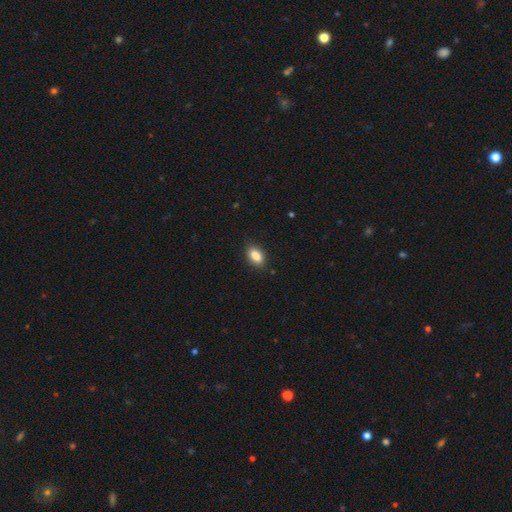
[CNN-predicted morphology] Overall: smooth (87%). How rounded: in between (90%). Merging: none (85%).